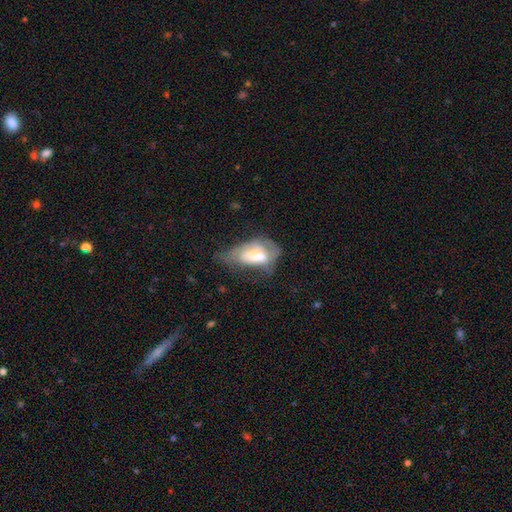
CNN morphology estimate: A smooth galaxy with no disk features (54%) that is in between round and cigar-shaped (87%). Merging: major disturbance (42%).